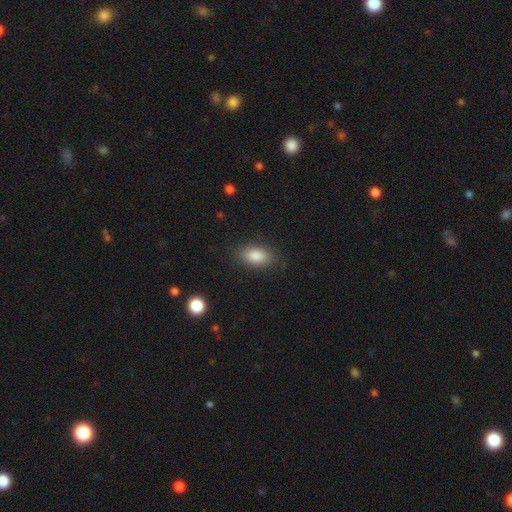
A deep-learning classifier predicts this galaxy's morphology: smooth_or_featured: smooth (p=0.85) [alt: star or artifact p=0.08]
how_rounded: in between (p=0.90) [alt: round p=0.06]
merging: none (p=0.84) [alt: minor disturbance p=0.12]